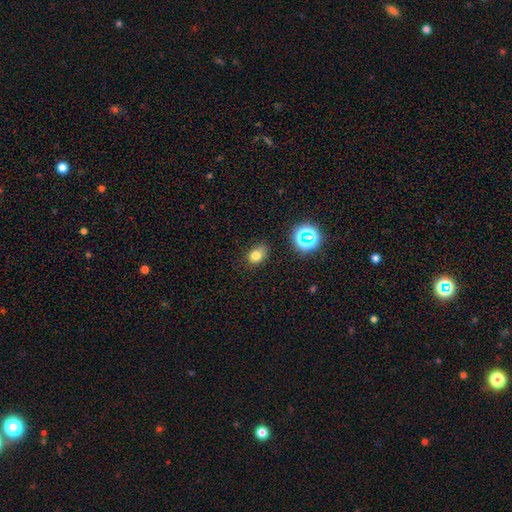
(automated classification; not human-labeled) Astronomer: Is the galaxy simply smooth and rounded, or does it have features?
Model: smooth — 75%.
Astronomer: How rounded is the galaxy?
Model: in between — 64%.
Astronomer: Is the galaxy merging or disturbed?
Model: none — 78%.